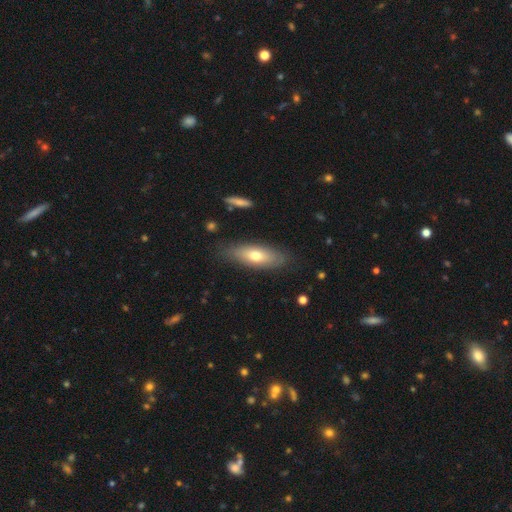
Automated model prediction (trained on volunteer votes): Smooth or featured? Predicted: smooth (p=0.64). How rounded? Predicted: in between (p=0.67). Merging? Predicted: none (p=0.81).